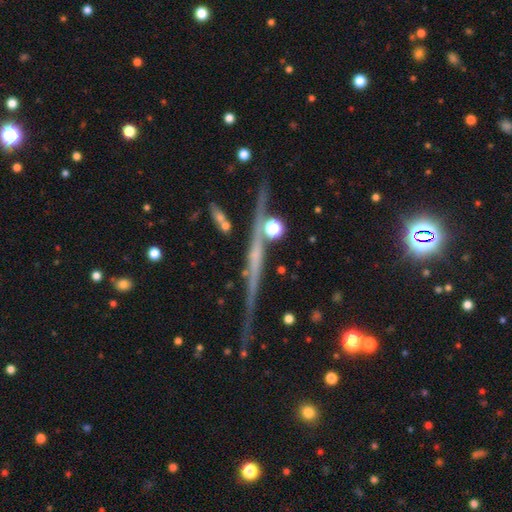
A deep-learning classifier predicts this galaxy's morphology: Smooth or featured: featured or disk — 63% (star or artifact — 20%)
Edge-on disk: yes — 93% (no — 7%)
Edge-on bulge: none — 64% (rounded — 25%)
Merging: none — 76% (minor disturbance — 13%)